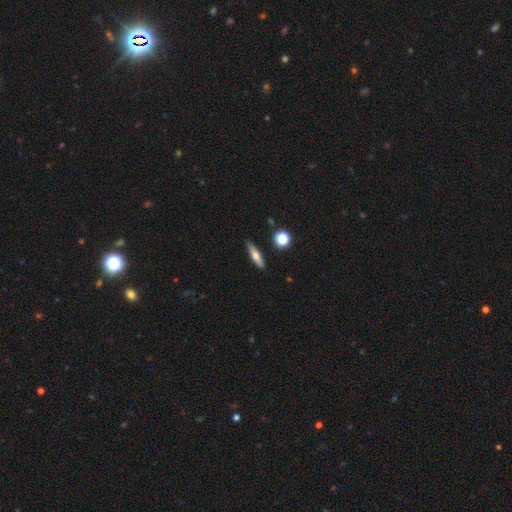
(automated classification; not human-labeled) smooth-or-featured: smooth: 61% | featured or disk: 32% | star or artifact: 8%
  how-rounded: cigar-shaped: 72% | in between: 25% | round: 4%
  merging: none: 86% | minor disturbance: 9% | merger: 2% | major disturbance: 2%